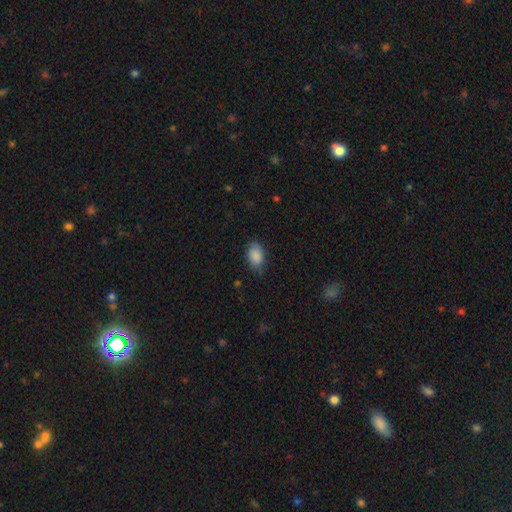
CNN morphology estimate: smooth 88%, star or artifact 7%, featured or disk 5%. Down the decision tree: how rounded — in between (90%); merging — none (76%).